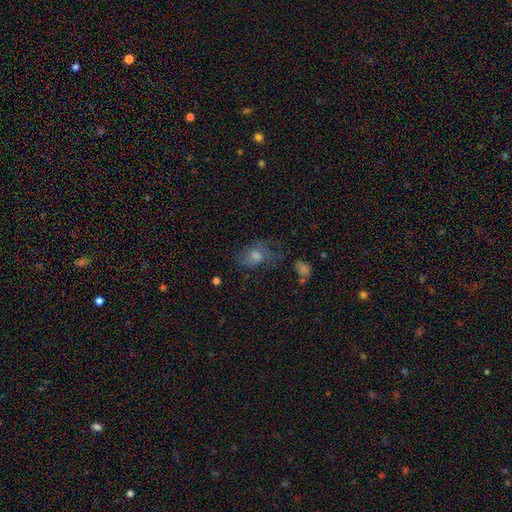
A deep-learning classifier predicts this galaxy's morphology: A smooth galaxy with no disk features (50%) that is in between round and cigar-shaped (70%). Merging: none (50%).